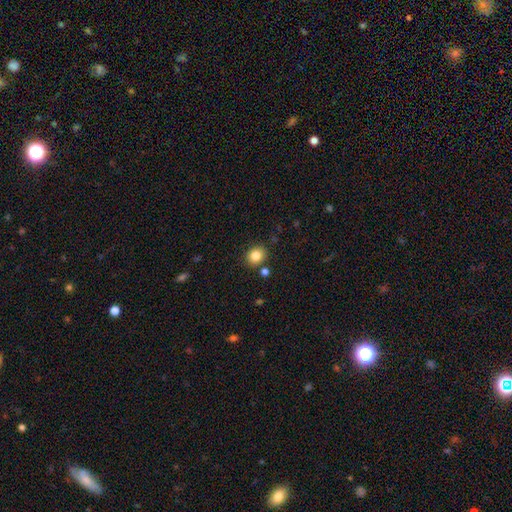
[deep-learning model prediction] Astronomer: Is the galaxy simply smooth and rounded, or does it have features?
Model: smooth — 84%.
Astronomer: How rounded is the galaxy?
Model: round — 75%.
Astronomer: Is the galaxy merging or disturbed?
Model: none — 84%.